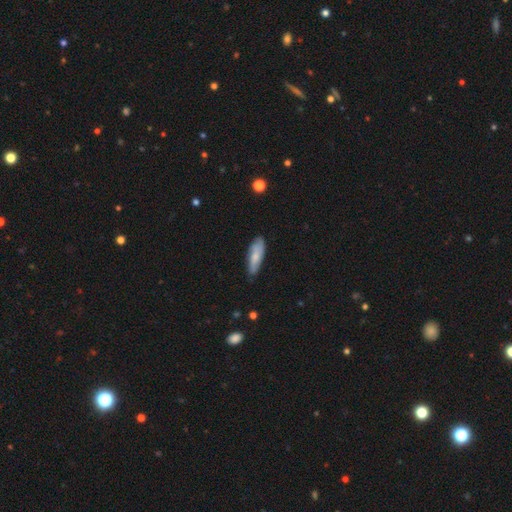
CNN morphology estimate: Smooth or featured? smooth (65%)
How rounded? in between (51%)
Merging? none (76%)